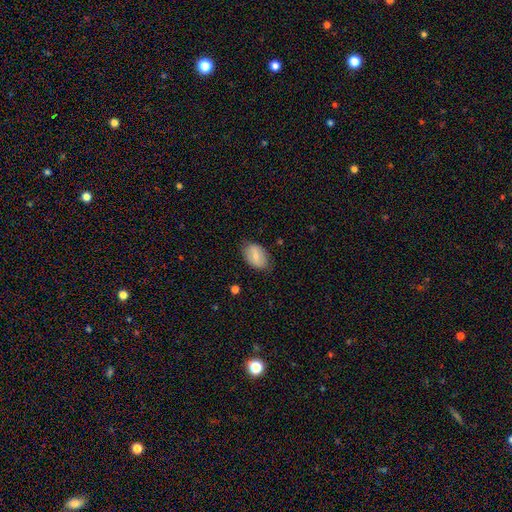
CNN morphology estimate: Overall: smooth (70%). How rounded: in between (89%). Merging: none (77%).